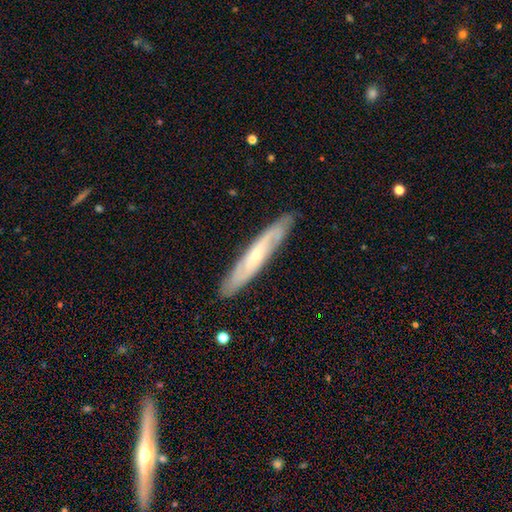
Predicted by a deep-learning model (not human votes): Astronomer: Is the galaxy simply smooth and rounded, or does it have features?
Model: featured or disk — 65%.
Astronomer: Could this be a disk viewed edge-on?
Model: yes — 56% (runner-up: no, 44%).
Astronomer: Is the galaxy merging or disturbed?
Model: none — 86%.